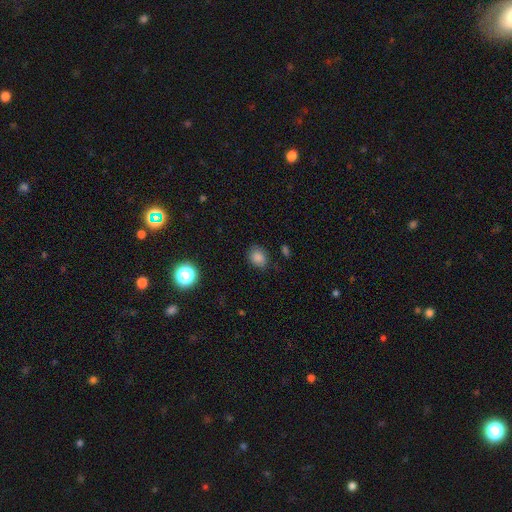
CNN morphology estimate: smooth_or_featured: smooth (p=0.78) [alt: star or artifact p=0.17]
how_rounded: round (p=0.51) [alt: in between p=0.48]
merging: none (p=0.79) [alt: minor disturbance p=0.15]